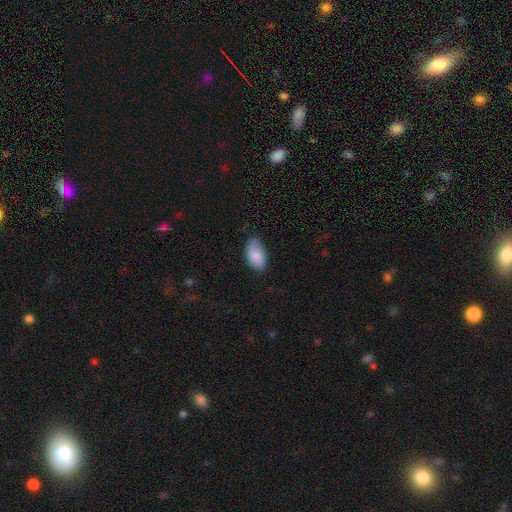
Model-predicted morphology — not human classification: Q: Smooth or featured?
A: smooth (85%); runner-up: featured or disk (9%)
Q: How rounded?
A: in between (94%); runner-up: round (5%)
Q: Merging?
A: none (68%); runner-up: minor disturbance (27%)